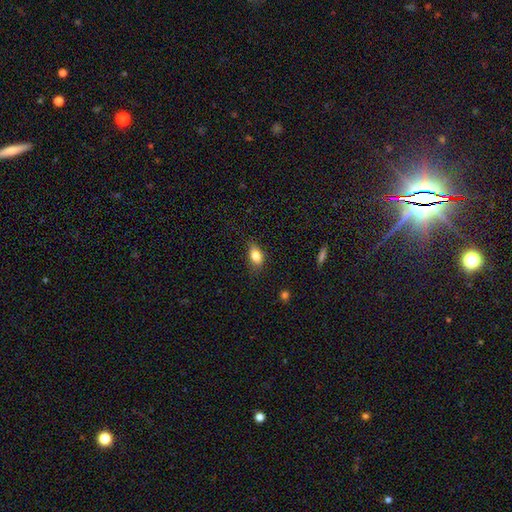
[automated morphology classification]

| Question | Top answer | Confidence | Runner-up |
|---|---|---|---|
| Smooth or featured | smooth | 82% | featured or disk (9%) |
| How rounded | in between | 83% | round (12%) |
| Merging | none | 72% | minor disturbance (22%) |